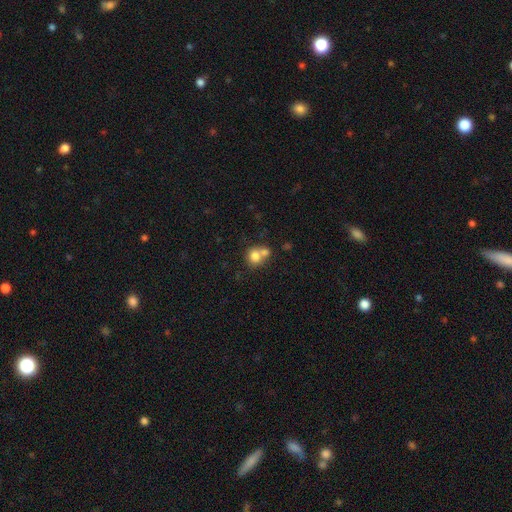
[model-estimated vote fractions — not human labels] smooth-or-featured: smooth: 77% | featured or disk: 12% | star or artifact: 10%
  how-rounded: round: 79% | in between: 20% | cigar-shaped: 1%
  merging: merger: 50% | none: 38% | minor disturbance: 8% | major disturbance: 4%